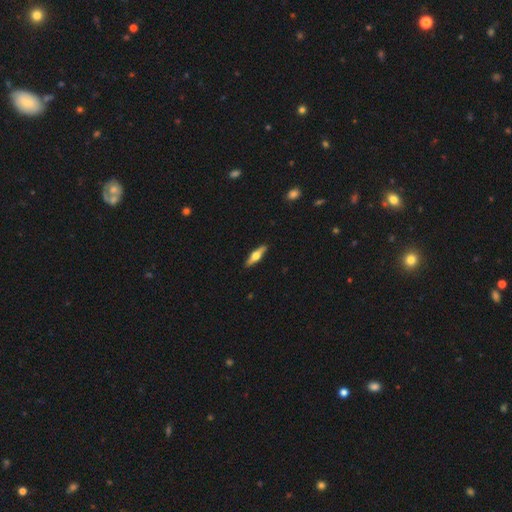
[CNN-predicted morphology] smooth_or_featured: featured or disk (p=0.56) [alt: smooth p=0.39]
disk_edge_on: yes (p=0.94) [alt: no p=0.06]
edge_on_bulge: rounded (p=0.94) [alt: boxy p=0.04]
merging: none (p=0.91) [alt: minor disturbance p=0.07]